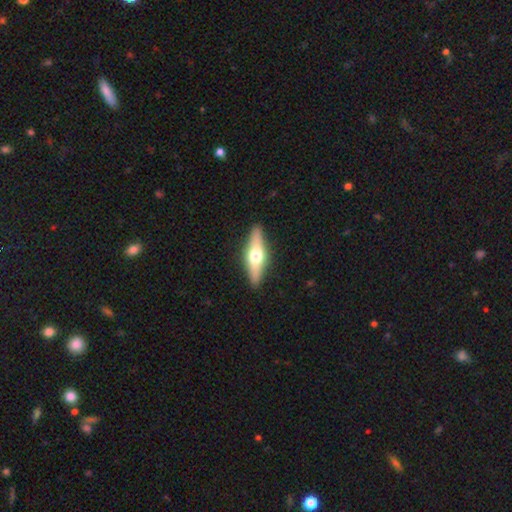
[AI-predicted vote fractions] Morphology: type=featured or disk (56%); edge-on=yes (91%); edge-on bulge=rounded (95%); merging=none (89%).